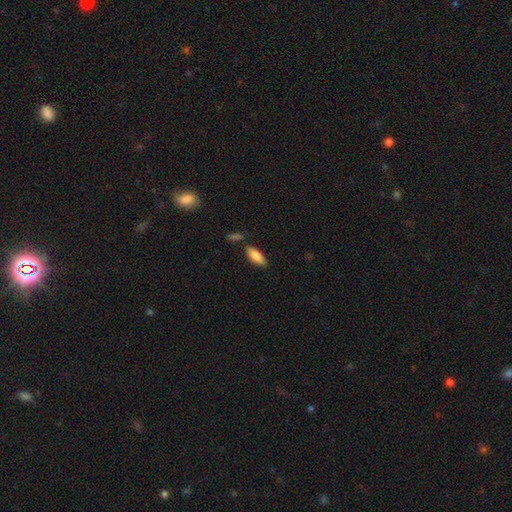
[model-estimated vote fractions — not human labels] This is clearly a smooth galaxy (83%). How rounded: likely in between (74%). Merging: likely none (76%).